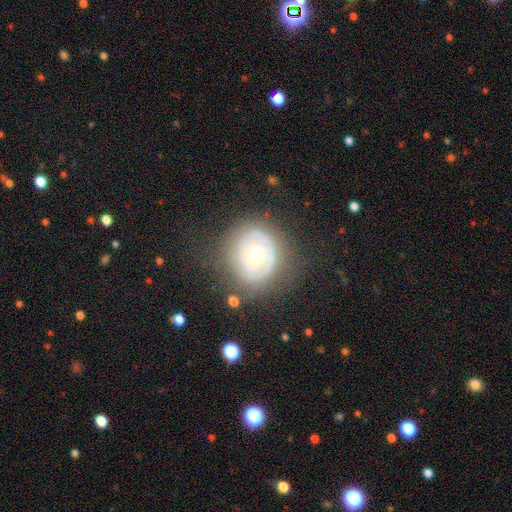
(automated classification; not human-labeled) Smooth or featured? Predicted: featured or disk (p=0.59). Edge-on disk? Predicted: no (p=0.96). Bar? Predicted: no (p=0.84). Spiral arms? Predicted: no (p=0.56). Bulge size? Predicted: small (p=0.49). Merging? Predicted: none (p=0.65).